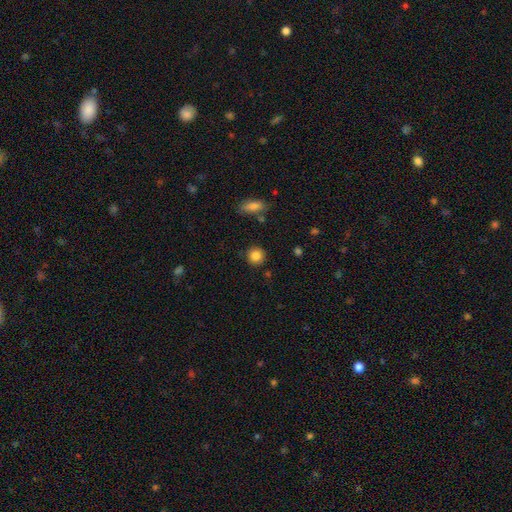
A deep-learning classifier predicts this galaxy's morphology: Q: Smooth or featured?
A: smooth (85%); runner-up: star or artifact (10%)
Q: How rounded?
A: round (91%); runner-up: in between (8%)
Q: Merging?
A: none (87%); runner-up: minor disturbance (8%)